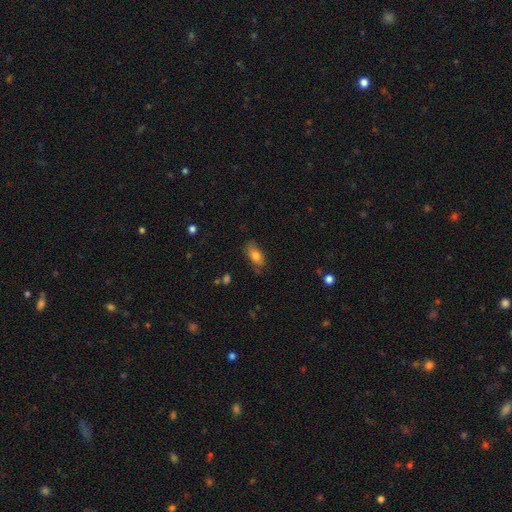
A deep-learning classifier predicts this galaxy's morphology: Smooth or featured? smooth (76%)
How rounded? in between (87%)
Merging? none (72%)